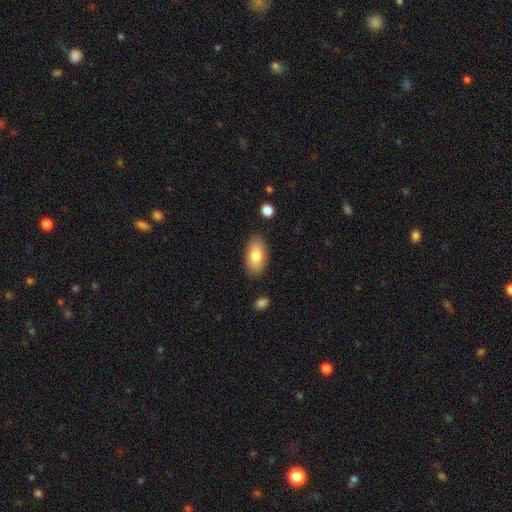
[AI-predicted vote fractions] Morphology: type=smooth (79%); roundness=in between (93%); merging=none (86%).